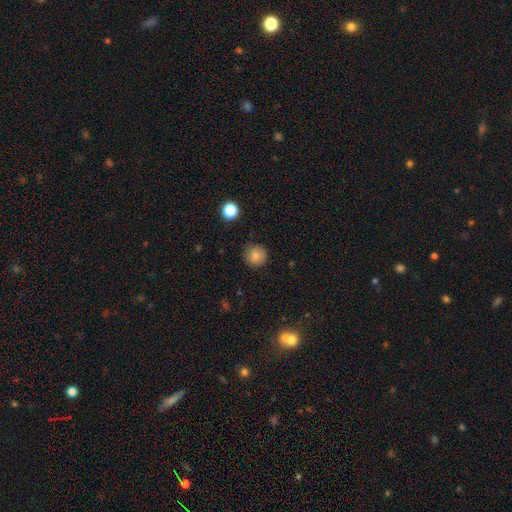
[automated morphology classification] smooth 82%, star or artifact 11%, featured or disk 7%. Down the decision tree: how rounded — round (94%); merging — none (87%).